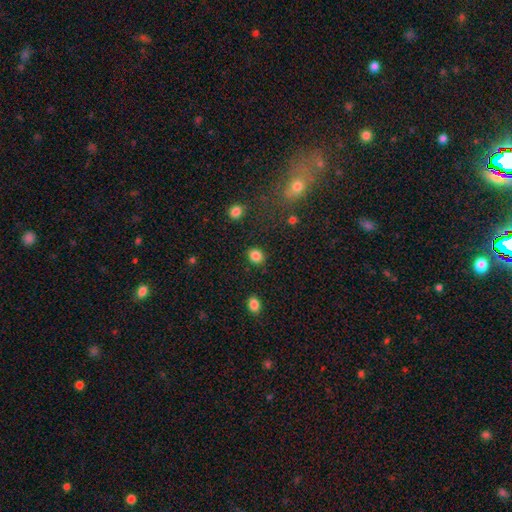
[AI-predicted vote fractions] The model was most divided on "how rounded": round: 55%, in between: 44%, cigar-shaped: 1%. More confident: merging — none (86%); smooth or featured — smooth (86%).